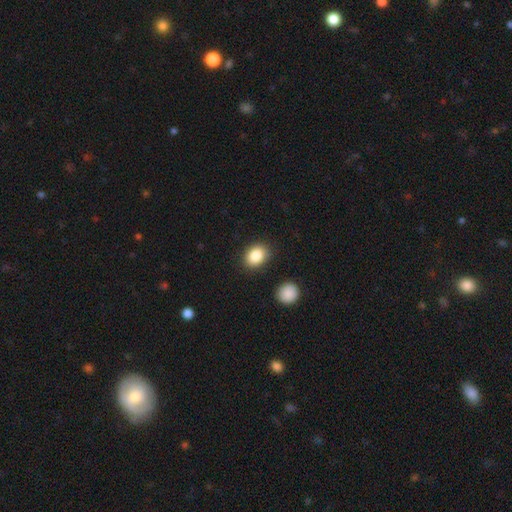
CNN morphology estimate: A smooth galaxy with no disk features (86%) that is in between round and cigar-shaped (64%).

Vote fractions:
- Smooth or featured? smooth: 86% / star or artifact: 8% / featured or disk: 6%
- How rounded? in between: 64% / round: 35% / cigar-shaped: 1%
- Merging? none: 85% / minor disturbance: 9% / major disturbance: 3% / merger: 3%